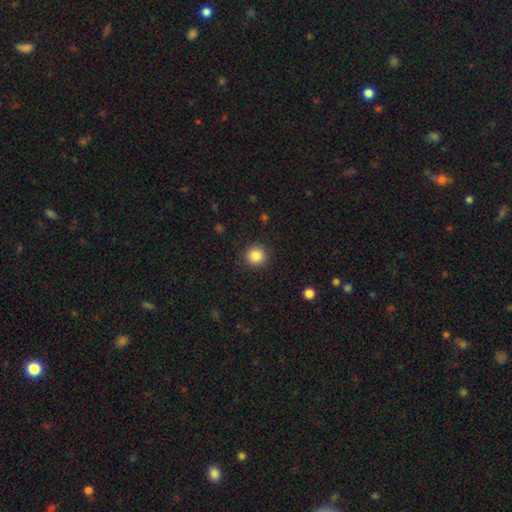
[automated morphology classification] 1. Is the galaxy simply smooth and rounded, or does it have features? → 87% smooth, 10% star or artifact, 4% featured or disk.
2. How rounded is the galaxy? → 94% round, 5% in between, 1% cigar-shaped.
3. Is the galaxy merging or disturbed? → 91% none, 6% minor disturbance, 2% major disturbance, 1% merger.